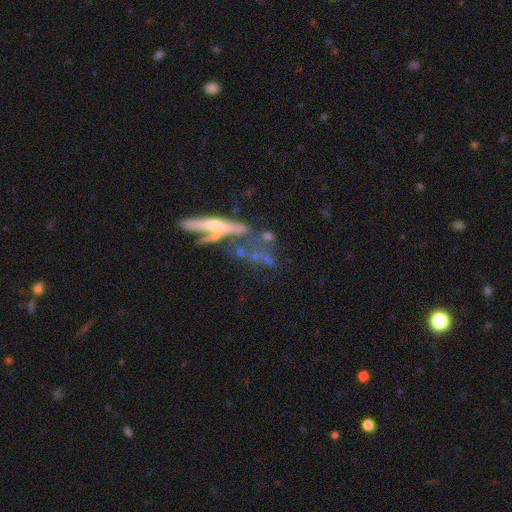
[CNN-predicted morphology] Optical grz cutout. It shows a featured or disk galaxy (60%) viewed edge-on (62%). Merging: none (34%).